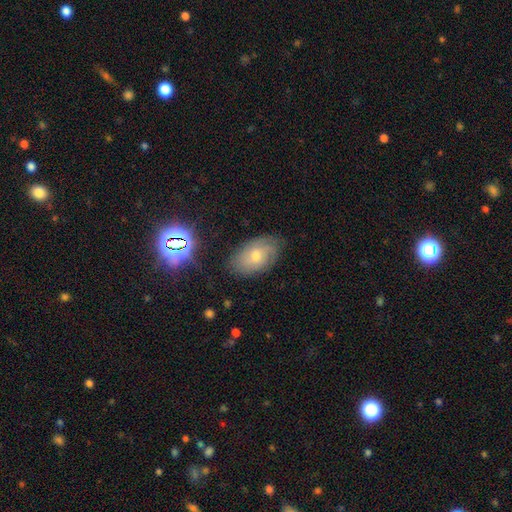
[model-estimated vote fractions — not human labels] Smooth or featured? featured or disk (47%)
Merging? none (76%)